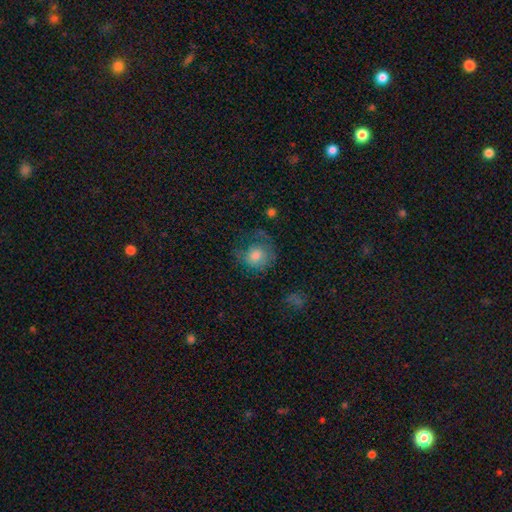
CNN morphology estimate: Smooth or featured? Predicted: smooth (p=0.71). How rounded? Predicted: round (p=0.80). Merging? Predicted: none (p=0.50).